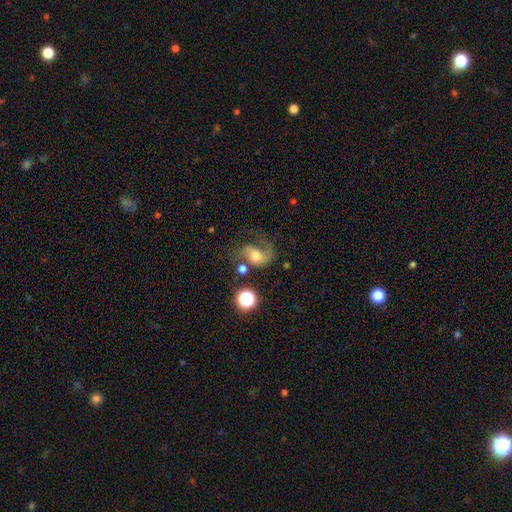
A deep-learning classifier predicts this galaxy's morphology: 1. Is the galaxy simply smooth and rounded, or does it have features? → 57% featured or disk, 29% smooth, 14% star or artifact.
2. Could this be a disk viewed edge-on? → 97% no, 3% yes.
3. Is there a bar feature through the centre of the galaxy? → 58% no, 33% weak, 9% strong.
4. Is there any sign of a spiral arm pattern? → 85% yes, 15% no.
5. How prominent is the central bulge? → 53% moderate, 21% large, 17% small, 6% none, 3% dominant.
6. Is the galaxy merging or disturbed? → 36% none, 32% major disturbance, 20% minor disturbance, 12% merger.